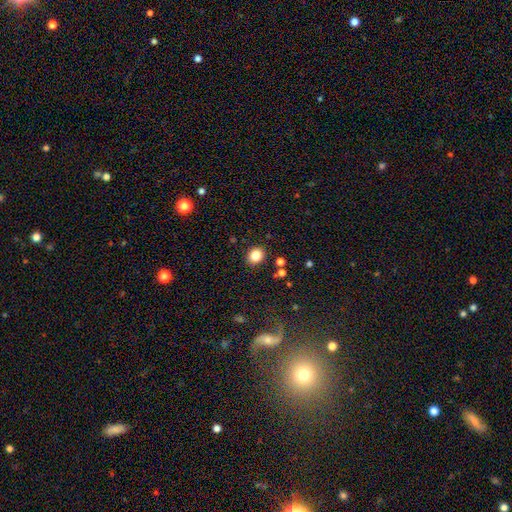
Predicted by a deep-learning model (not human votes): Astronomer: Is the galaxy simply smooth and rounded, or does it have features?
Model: smooth — 84%.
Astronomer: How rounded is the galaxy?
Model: round — 59% (runner-up: in between, 40%).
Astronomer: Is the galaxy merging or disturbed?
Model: none — 88%.